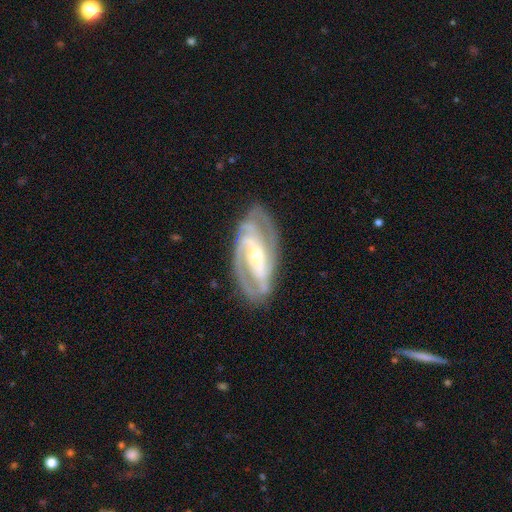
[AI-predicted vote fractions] A featured or disk galaxy (90%) with a strong bar (36%), 2 (44%) tight (51%) spiral arms (97%) and a small central bulge (60%). Merging: none (78%).